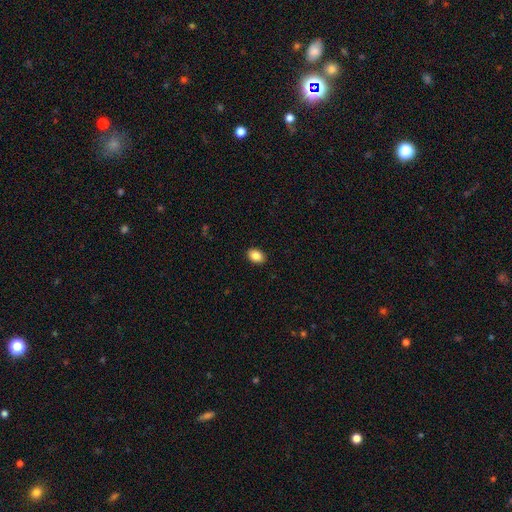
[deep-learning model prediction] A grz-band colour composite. It shows a smooth galaxy with no disk features (88%) that is in between round and cigar-shaped (81%). Merging: none (91%).